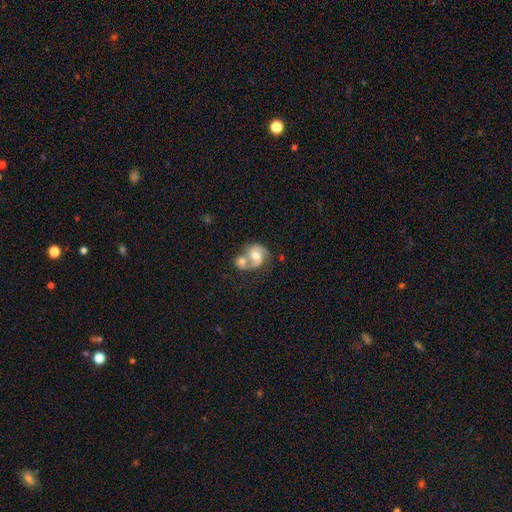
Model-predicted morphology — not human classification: type=featured or disk (61%); edge-on=no (98%); bar=no (63%); spiral arms=yes (83%); bulge=moderate (70%); merging=merger (57%).